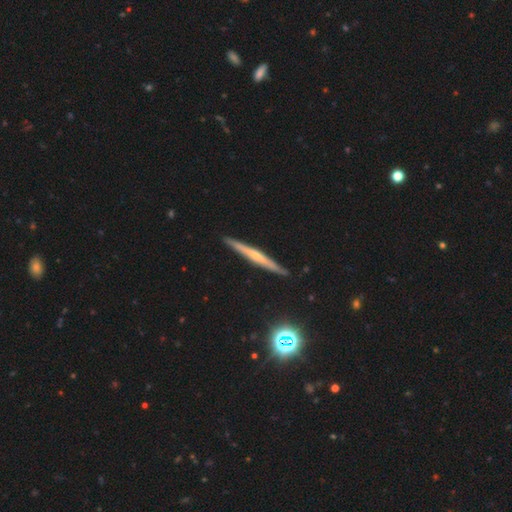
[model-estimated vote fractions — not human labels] Q: Smooth or featured?
A: featured or disk (65%); runner-up: smooth (27%)
Q: Edge-on disk?
A: yes (97%); runner-up: no (3%)
Q: Edge-on bulge?
A: rounded (58%); runner-up: none (37%)
Q: Merging?
A: none (91%); runner-up: minor disturbance (7%)